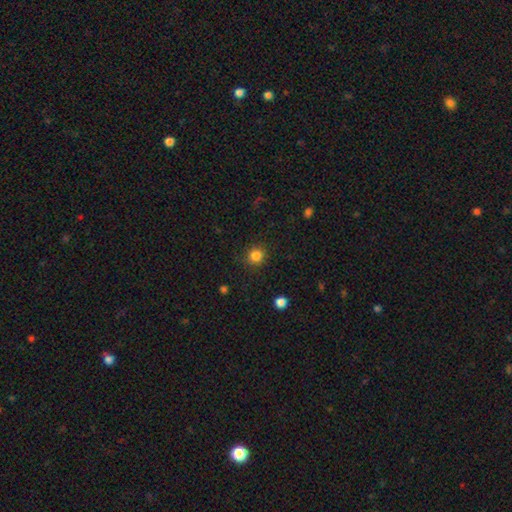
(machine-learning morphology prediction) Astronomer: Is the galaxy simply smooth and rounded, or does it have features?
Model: smooth — 84%.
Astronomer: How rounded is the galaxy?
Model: round — 90%.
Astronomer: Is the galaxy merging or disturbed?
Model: none — 89%.